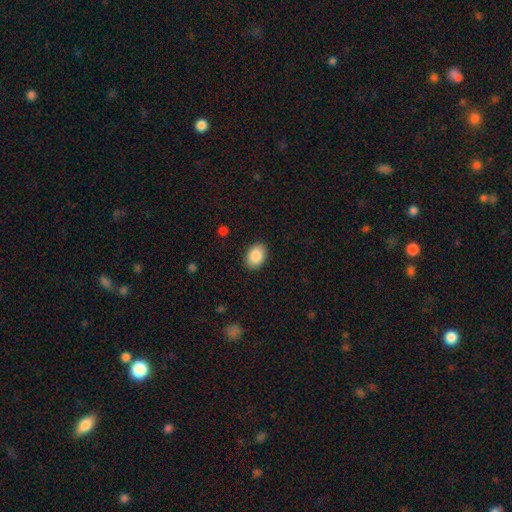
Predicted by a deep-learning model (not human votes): This is clearly a smooth galaxy (88%). How rounded: likely in between (80%). Merging: clearly none (89%).